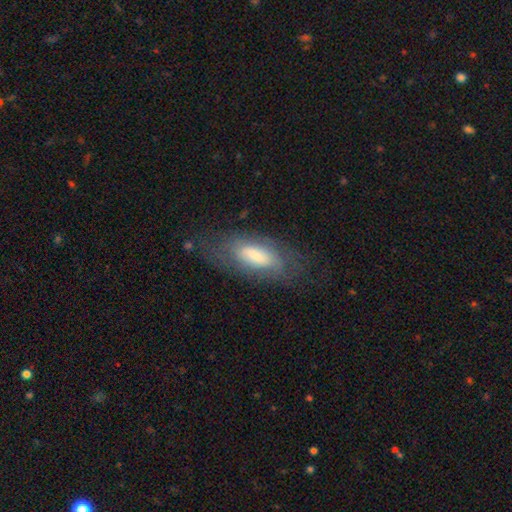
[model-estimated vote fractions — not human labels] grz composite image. It shows a smooth galaxy with no disk features (53%) that is in between round and cigar-shaped (80%). Merging: none (63%).